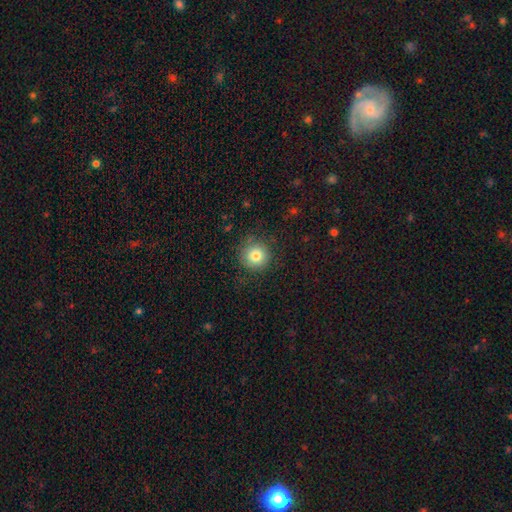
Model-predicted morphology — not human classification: A smooth galaxy with no disk features (81%) that is round (94%).

Vote fractions:
- Smooth or featured? smooth: 81% / star or artifact: 11% / featured or disk: 8%
- How rounded? round: 94% / in between: 5% / cigar-shaped: 1%
- Merging? none: 87% / minor disturbance: 9% / major disturbance: 3% / merger: 1%